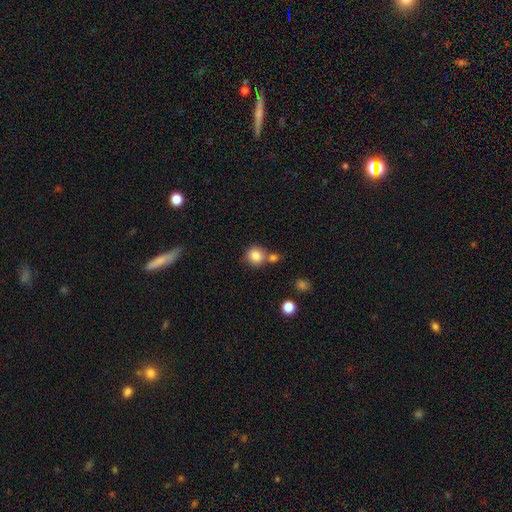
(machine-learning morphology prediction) This is clearly a smooth galaxy (83%). How rounded: clearly round (89%). Merging: likely none (61%).